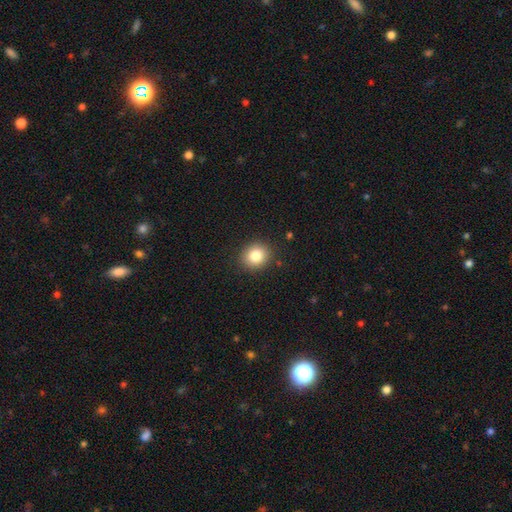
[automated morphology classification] smooth 83%, star or artifact 10%, featured or disk 7%. Down the decision tree: how rounded — round (77%); merging — none (89%).